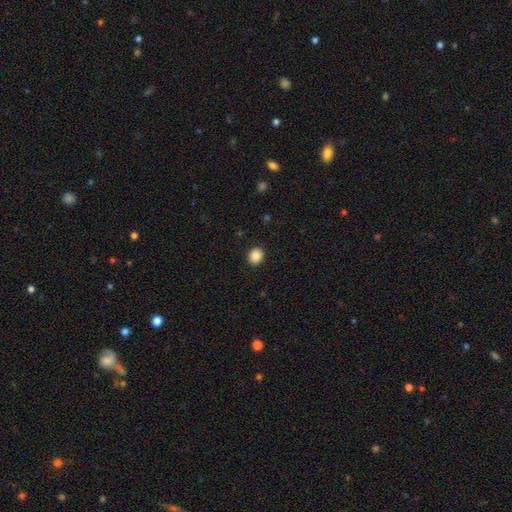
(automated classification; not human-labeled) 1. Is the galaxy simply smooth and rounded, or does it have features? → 87% smooth, 9% star or artifact, 4% featured or disk.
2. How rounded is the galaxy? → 77% round, 22% in between, 1% cigar-shaped.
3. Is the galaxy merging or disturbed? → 92% none, 6% minor disturbance, 2% major disturbance, 1% merger.